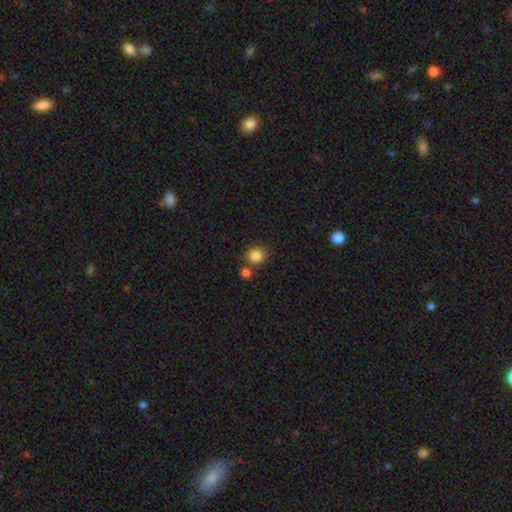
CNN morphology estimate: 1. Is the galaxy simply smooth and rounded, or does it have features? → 85% smooth, 11% star or artifact, 4% featured or disk.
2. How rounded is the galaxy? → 83% round, 16% in between, 1% cigar-shaped.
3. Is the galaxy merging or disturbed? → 72% none, 15% merger, 10% minor disturbance, 3% major disturbance.